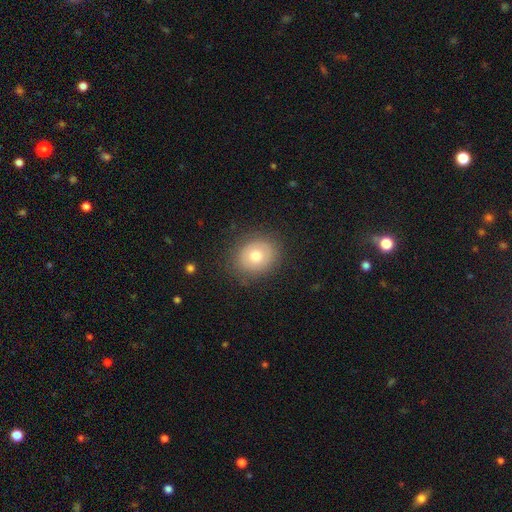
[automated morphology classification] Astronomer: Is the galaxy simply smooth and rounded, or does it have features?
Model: smooth — 69%.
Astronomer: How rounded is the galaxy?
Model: round — 70%.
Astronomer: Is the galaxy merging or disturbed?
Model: none — 84%.